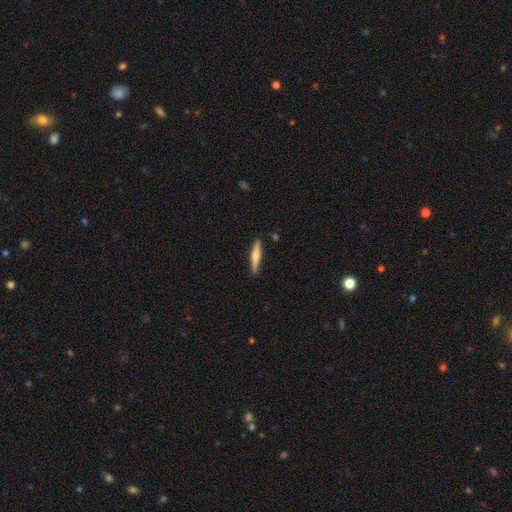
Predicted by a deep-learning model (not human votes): Smooth or featured: smooth — 53% (featured or disk — 42%)
How rounded: cigar-shaped — 89% (in between — 9%)
Merging: none — 88% (minor disturbance — 8%)